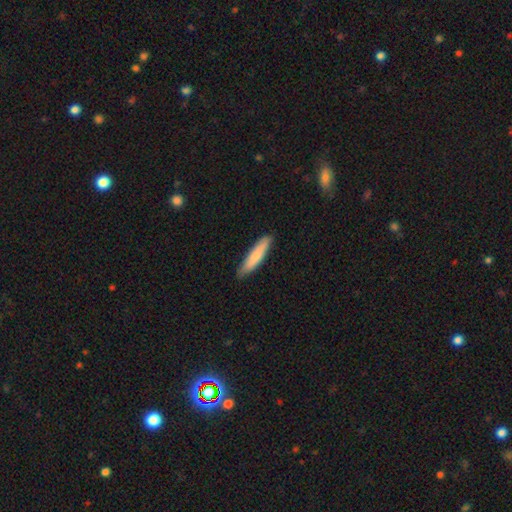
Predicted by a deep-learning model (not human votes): smooth_or_featured: smooth (p=0.78) [alt: featured or disk p=0.17]
how_rounded: cigar-shaped (p=0.85) [alt: in between p=0.14]
merging: none (p=0.85) [alt: minor disturbance p=0.12]